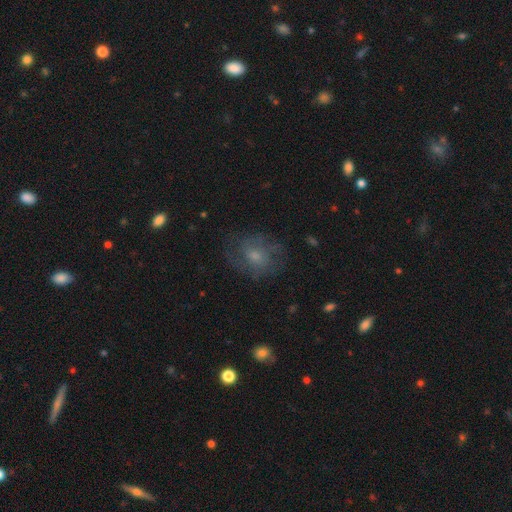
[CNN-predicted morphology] smooth-or-featured: featured or disk: 51% | smooth: 38% | star or artifact: 11%
  disk-edge-on: no: 97% | yes: 3%
  merging: none: 66% | minor disturbance: 19% | major disturbance: 13% | merger: 1%